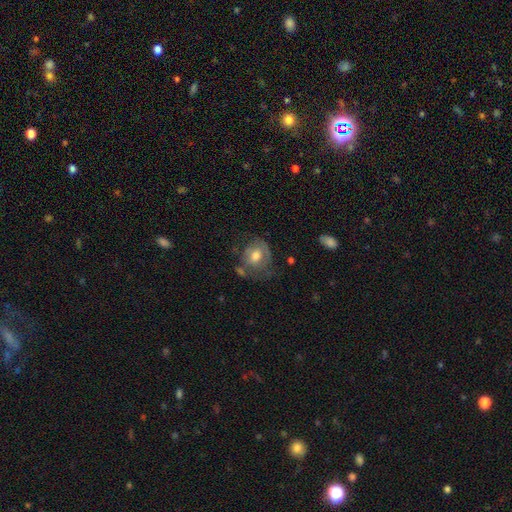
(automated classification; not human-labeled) smooth 48%, featured or disk 44%, star or artifact 8%. Down the decision tree: merging — none (48%).